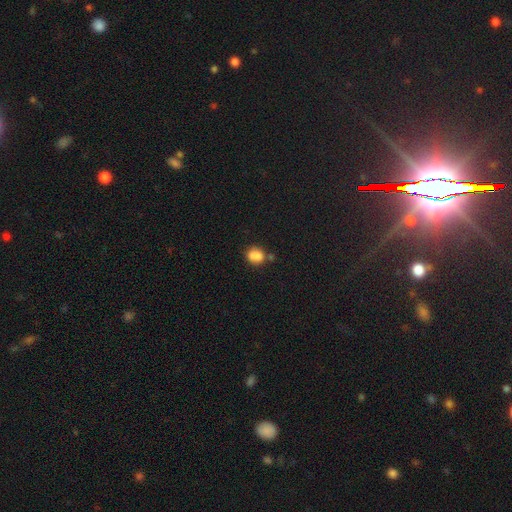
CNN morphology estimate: Smooth or featured? Predicted: smooth (p=0.82). How rounded? Predicted: round (p=0.58). Merging? Predicted: none (p=0.55).